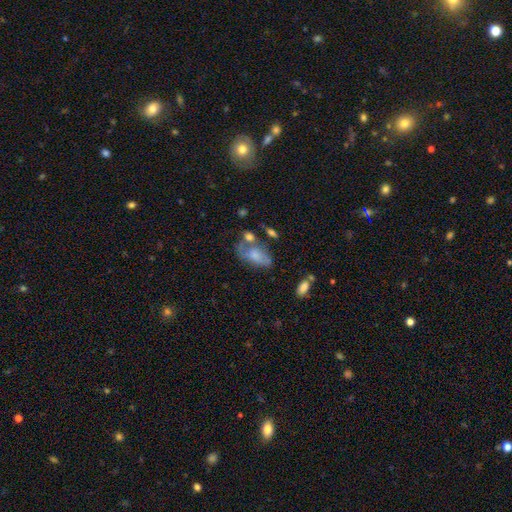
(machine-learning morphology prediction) smooth_or_featured: smooth (p=0.54) [alt: featured or disk p=0.37]
how_rounded: in between (p=0.88) [alt: round p=0.08]
merging: none (p=0.32) [alt: major disturbance p=0.25]